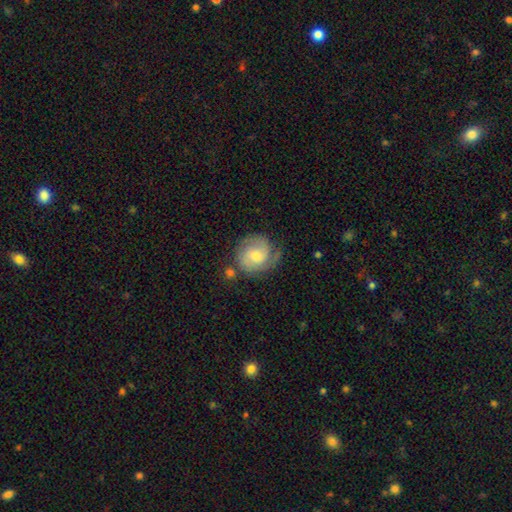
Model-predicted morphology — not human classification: Smooth or featured? Predicted: featured or disk (p=0.59). Edge-on disk? Predicted: no (p=0.98). Bar? Predicted: no (p=0.59). Spiral arms? Predicted: yes (p=0.90). Spiral winding? Predicted: tight (p=0.46). Spiral arm count? Predicted: 2 (p=0.57). Bulge size? Predicted: moderate (p=0.57). Merging? Predicted: none (p=0.59).